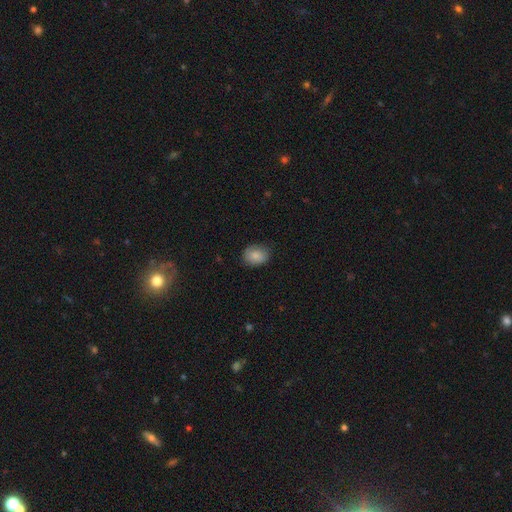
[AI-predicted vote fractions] Morphology: type=smooth (85%); roundness=in between (60%); merging=none (81%).